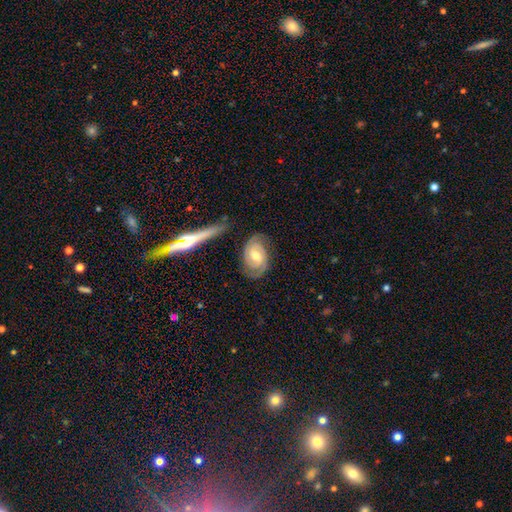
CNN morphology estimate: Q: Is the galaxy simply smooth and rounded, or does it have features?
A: featured or disk — 82%.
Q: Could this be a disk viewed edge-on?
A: no — 96%.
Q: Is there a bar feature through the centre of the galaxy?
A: weak — 47%.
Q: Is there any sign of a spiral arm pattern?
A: yes — 96%.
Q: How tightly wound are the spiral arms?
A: tight — 58%.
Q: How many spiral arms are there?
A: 2 — 83%.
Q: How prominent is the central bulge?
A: moderate — 69%.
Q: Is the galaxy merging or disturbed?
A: none — 78%.